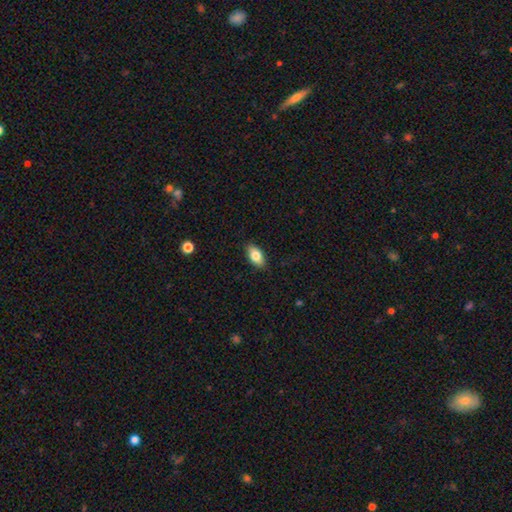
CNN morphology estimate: smooth_or_featured: smooth (p=0.80) [alt: featured or disk p=0.12]
how_rounded: in between (p=0.91) [alt: cigar-shaped p=0.05]
merging: none (p=0.88) [alt: minor disturbance p=0.09]